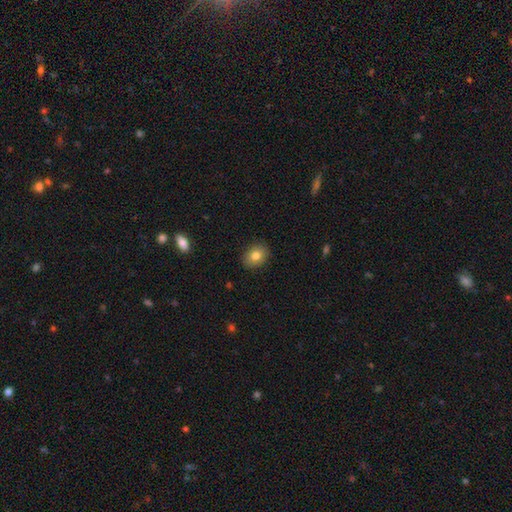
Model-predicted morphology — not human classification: Q: Smooth or featured?
A: smooth (80%); runner-up: featured or disk (11%)
Q: How rounded?
A: in between (59%); runner-up: round (40%)
Q: Merging?
A: none (89%); runner-up: minor disturbance (8%)